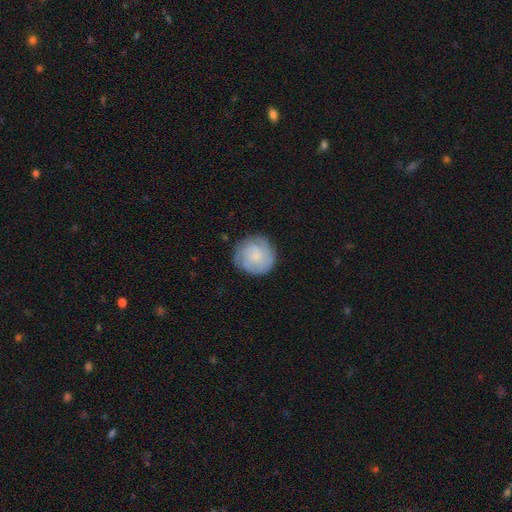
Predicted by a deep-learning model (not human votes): Smooth or featured? Predicted: featured or disk (p=0.59). Edge-on disk? Predicted: no (p=0.98). Bar? Predicted: no (p=0.77). Spiral arms? Predicted: yes (p=0.91). Spiral winding? Predicted: tight (p=0.65). Spiral arm count? Predicted: can't tell (p=0.33). Bulge size? Predicted: small (p=0.48). Merging? Predicted: none (p=0.79).